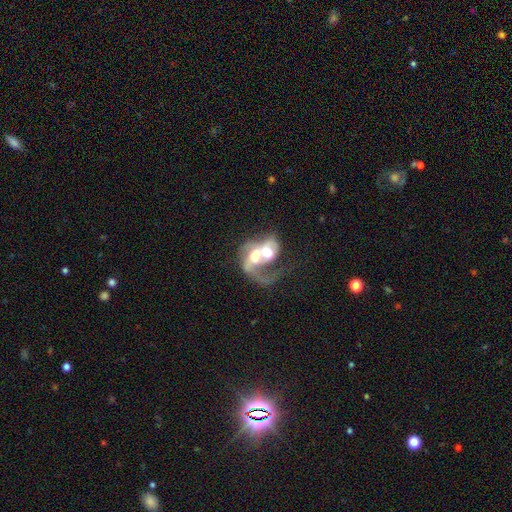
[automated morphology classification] Q: Smooth or featured?
A: featured or disk (65%); runner-up: smooth (29%)
Q: Edge-on disk?
A: no (97%); runner-up: yes (3%)
Q: Bar?
A: no (70%); runner-up: weak (23%)
Q: Spiral arms?
A: yes (66%); runner-up: no (34%)
Q: Bulge size?
A: moderate (53%); runner-up: large (31%)
Q: Merging?
A: merger (78%); runner-up: major disturbance (12%)